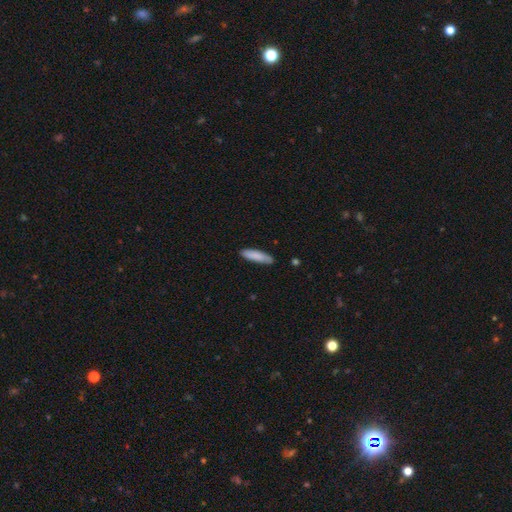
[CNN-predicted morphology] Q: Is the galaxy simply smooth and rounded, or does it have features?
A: smooth — 85%.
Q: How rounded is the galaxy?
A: cigar-shaped — 72%.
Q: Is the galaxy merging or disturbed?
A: none — 85%.